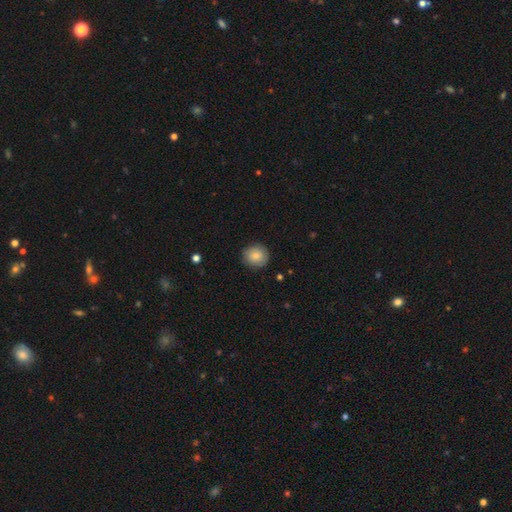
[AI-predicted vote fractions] This appears to be a smooth galaxy with no disk features (74%) that is round (87%). Merging: none (84%).